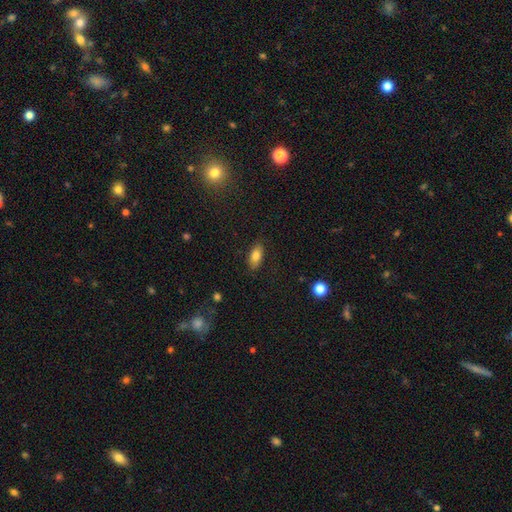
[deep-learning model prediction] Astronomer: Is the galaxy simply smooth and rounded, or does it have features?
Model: smooth — 81%.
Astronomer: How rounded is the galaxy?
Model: in between — 87%.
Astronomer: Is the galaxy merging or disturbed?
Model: none — 83%.